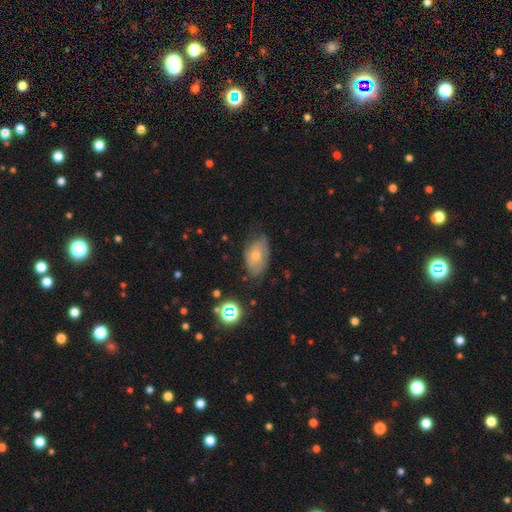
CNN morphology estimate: The model was most divided on "smooth or featured": smooth: 53%, featured or disk: 37%, star or artifact: 10%. More confident: how rounded — in between (90%); merging — none (57%).